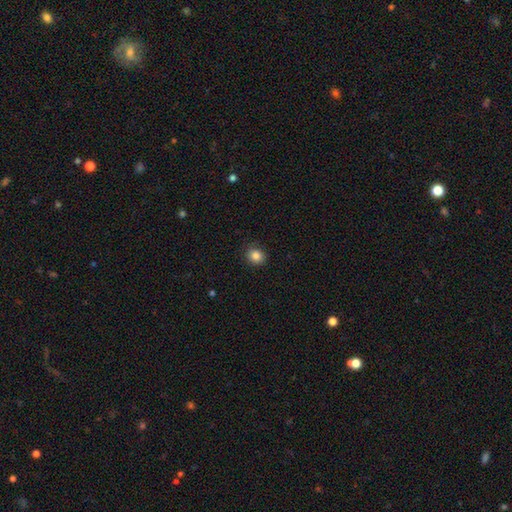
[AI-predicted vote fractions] This is clearly a smooth galaxy (84%). How rounded: clearly round (80%). Merging: clearly none (88%).